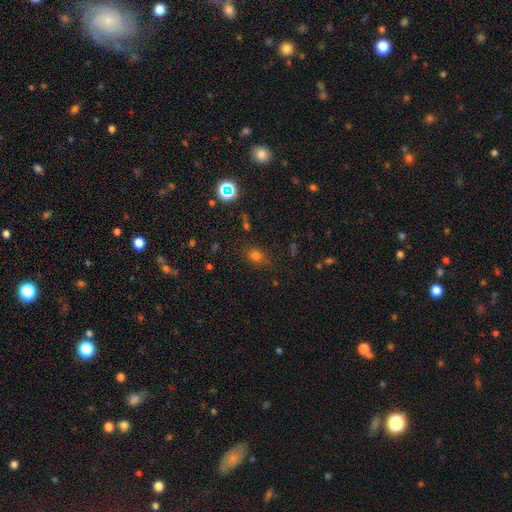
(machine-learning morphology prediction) Overall: smooth (71%). How rounded: round (56%; in between 43%). Merging: none (74%).